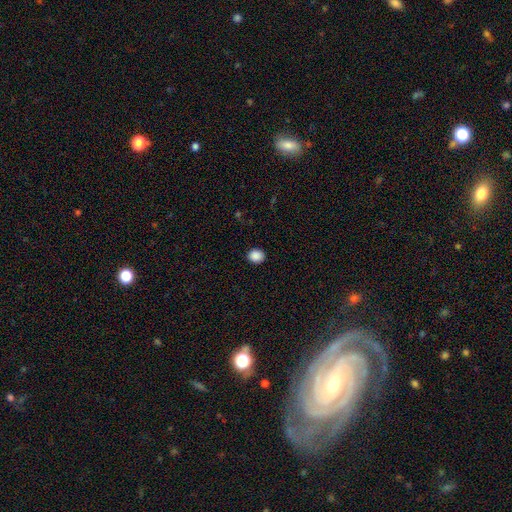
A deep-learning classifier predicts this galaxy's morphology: Q: Smooth or featured?
A: smooth (89%); runner-up: star or artifact (9%)
Q: How rounded?
A: round (66%); runner-up: in between (33%)
Q: Merging?
A: none (91%); runner-up: minor disturbance (6%)